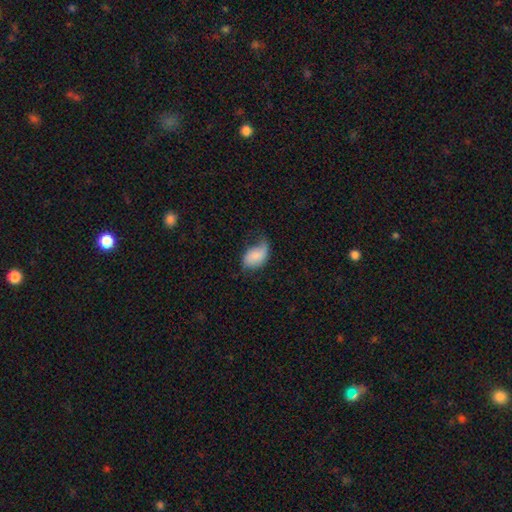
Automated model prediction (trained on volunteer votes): Smooth or featured? smooth (72%)
How rounded? in between (90%)
Merging? minor disturbance (41%)